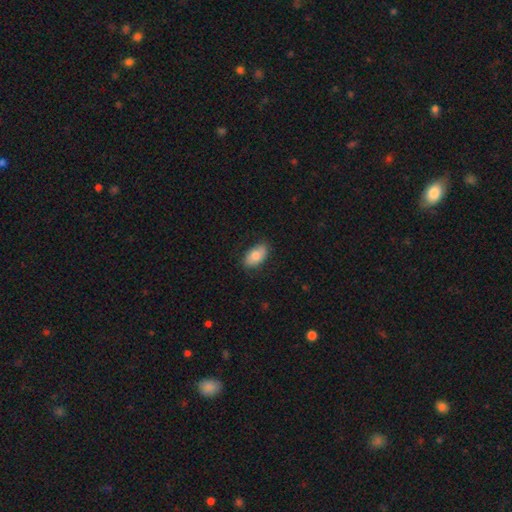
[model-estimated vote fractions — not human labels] Smooth or featured? Predicted: smooth (p=0.78). How rounded? Predicted: in between (p=0.93). Merging? Predicted: none (p=0.82).